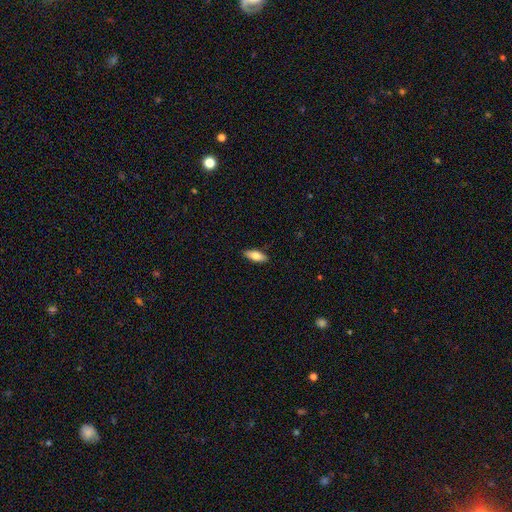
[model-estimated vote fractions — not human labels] Morphology: type=smooth (74%); roundness=in between (73%); merging=none (89%).